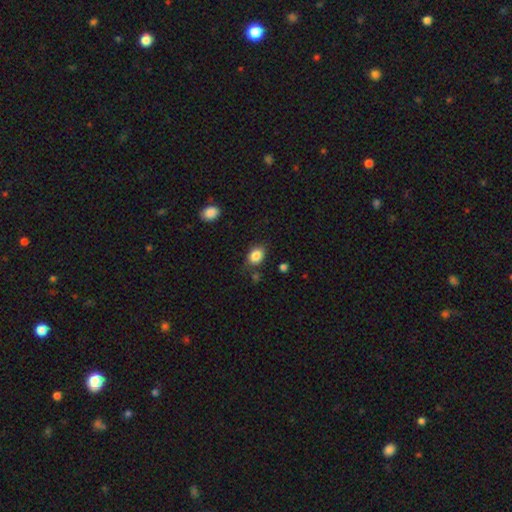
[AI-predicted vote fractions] This is clearly a smooth galaxy (87%). How rounded: likely in between (65%). Merging: likely none (78%).